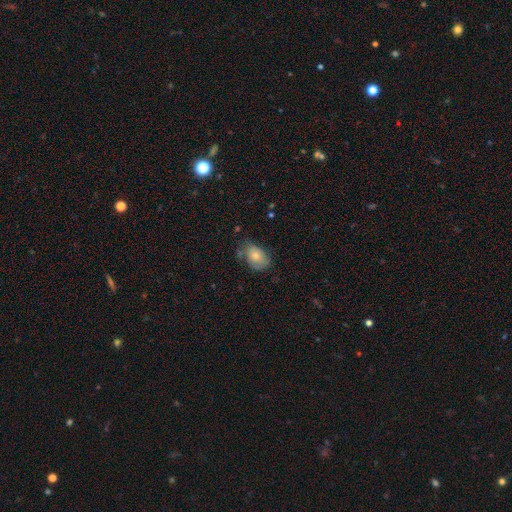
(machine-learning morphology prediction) A smooth galaxy with no disk features (73%) that is in between round and cigar-shaped (85%).

Vote fractions:
- Smooth or featured? smooth: 73% / featured or disk: 19% / star or artifact: 7%
- How rounded? in between: 85% / round: 14% / cigar-shaped: 1%
- Merging? none: 57% / minor disturbance: 31% / major disturbance: 9% / merger: 4%